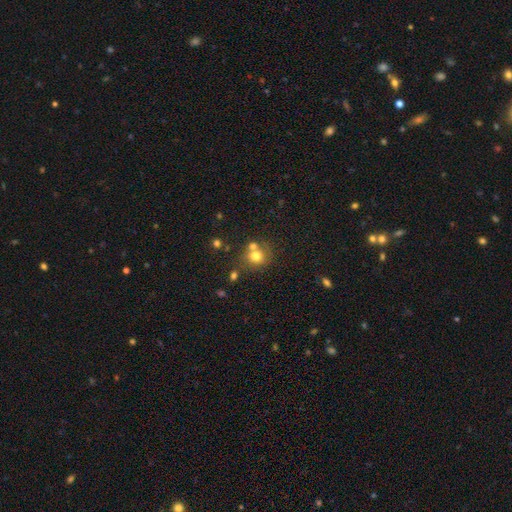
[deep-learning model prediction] Overall: smooth (74%). How rounded: round (81%). Merging: none (54%; merger 30%).